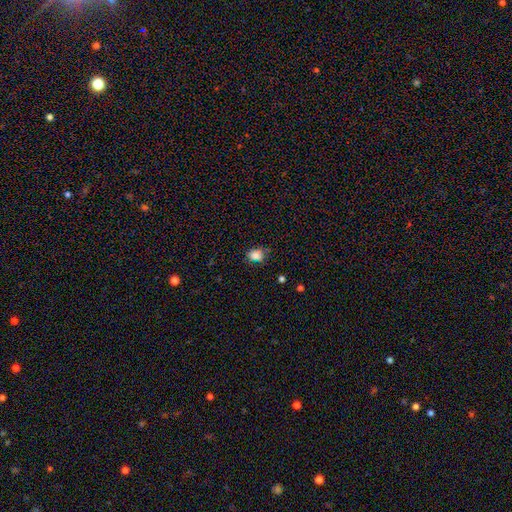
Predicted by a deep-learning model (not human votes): A smooth galaxy with no disk features (82%) that is in between round and cigar-shaped (55%).

Vote fractions:
- Smooth or featured? smooth: 82% / star or artifact: 13% / featured or disk: 5%
- How rounded? in between: 55% / round: 44% / cigar-shaped: 1%
- Merging? none: 70% / minor disturbance: 22% / major disturbance: 5% / merger: 3%